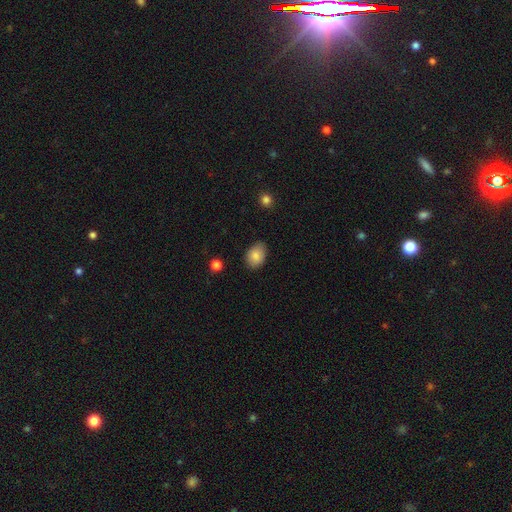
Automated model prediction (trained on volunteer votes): Smooth or featured: smooth — 85% (star or artifact — 8%)
How rounded: in between — 79% (round — 20%)
Merging: none — 79% (minor disturbance — 17%)